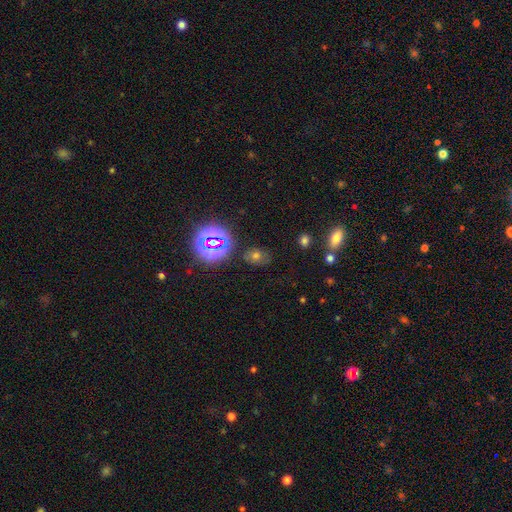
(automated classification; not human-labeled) smooth_or_featured: smooth (p=0.57) [alt: star or artifact p=0.32]
how_rounded: in between (p=0.54) [alt: round p=0.44]
merging: none (p=0.78) [alt: minor disturbance p=0.14]